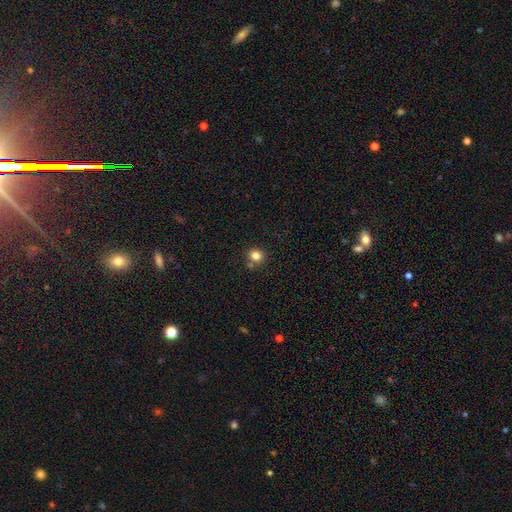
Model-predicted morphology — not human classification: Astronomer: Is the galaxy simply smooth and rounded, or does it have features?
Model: smooth — 82%.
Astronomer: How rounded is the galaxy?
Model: round — 87%.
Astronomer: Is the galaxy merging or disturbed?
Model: none — 76%.